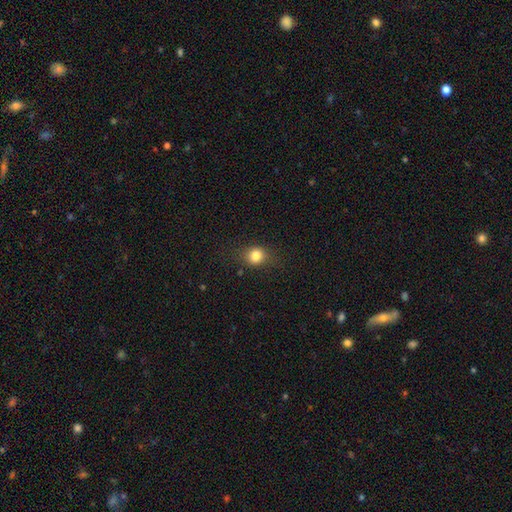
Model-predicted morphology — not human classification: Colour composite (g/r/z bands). It shows a smooth galaxy with no disk features (80%) that is round (68%). Merging: none (76%).